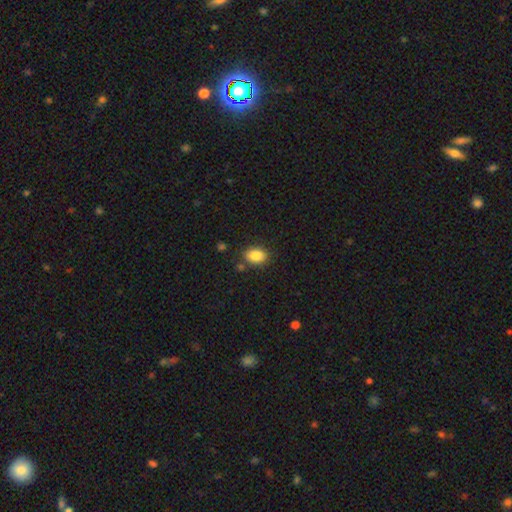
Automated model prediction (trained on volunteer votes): smooth 87%, star or artifact 8%, featured or disk 5%. Down the decision tree: how rounded — in between (81%); merging — none (81%).